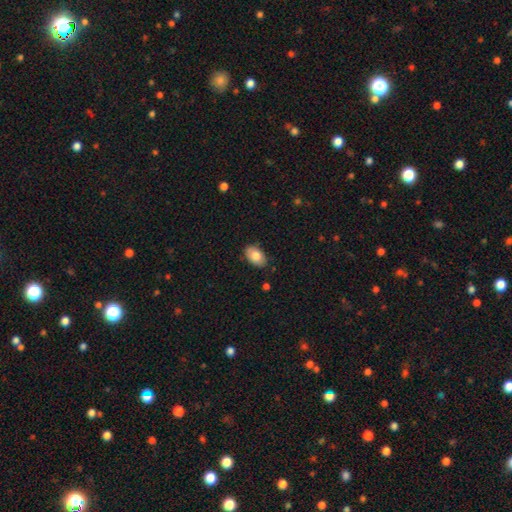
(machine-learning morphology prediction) Smooth or featured? Predicted: smooth (p=0.80). How rounded? Predicted: in between (p=0.91). Merging? Predicted: none (p=0.84).